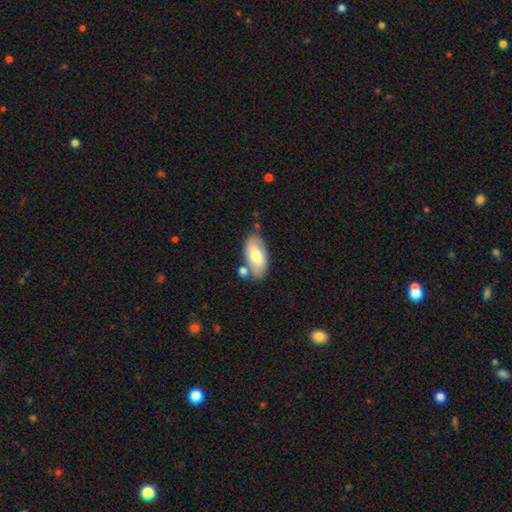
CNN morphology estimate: A smooth galaxy with no disk features (65%) that is in between round and cigar-shaped (92%). Merging: none (70%).